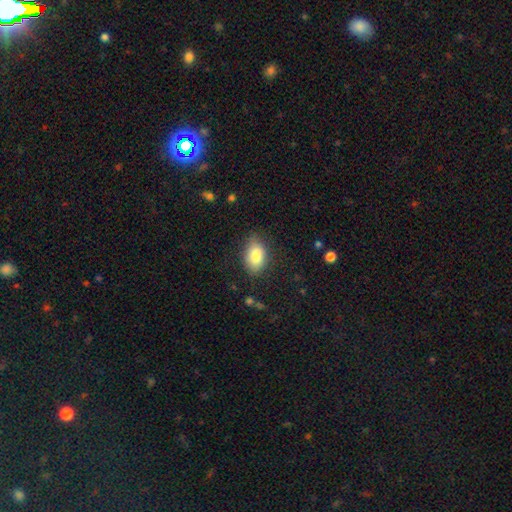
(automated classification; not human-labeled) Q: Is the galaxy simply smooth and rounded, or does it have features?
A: smooth — 84%.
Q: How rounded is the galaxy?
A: in between — 89%.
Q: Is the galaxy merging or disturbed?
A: none — 78%.